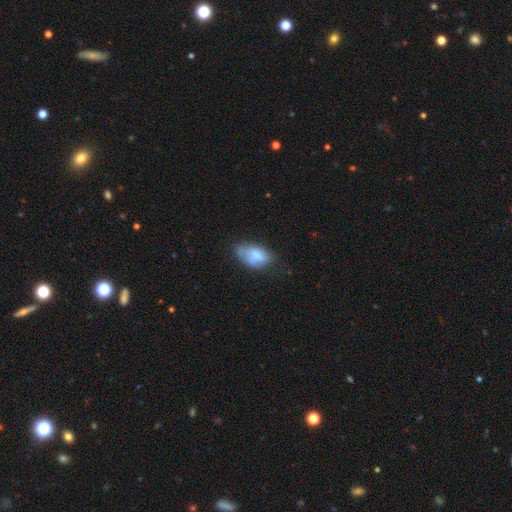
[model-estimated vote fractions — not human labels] This is likely a smooth galaxy (64%). How rounded: clearly in between (91%). Merging: marginally none (38%).